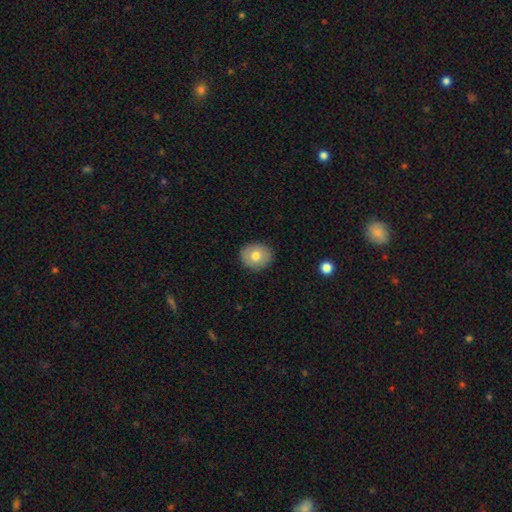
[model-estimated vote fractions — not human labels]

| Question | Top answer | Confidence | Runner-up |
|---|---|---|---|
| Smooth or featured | smooth | 73% | featured or disk (19%) |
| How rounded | round | 72% | in between (27%) |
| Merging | none | 89% | minor disturbance (8%) |